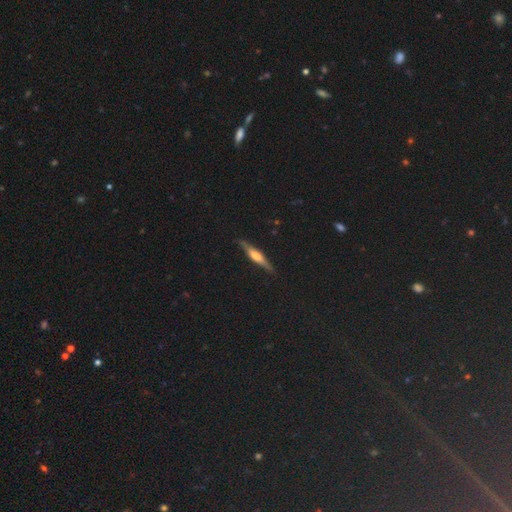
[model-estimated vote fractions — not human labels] A featured or disk galaxy (63%) viewed edge-on (95%) with a rounded central bulge (63%).

Vote fractions:
- Smooth or featured? featured or disk: 63% / smooth: 29% / star or artifact: 8%
- Edge-on disk? yes: 95% / no: 5%
- Edge-on bulge? rounded: 63% / boxy: 26% / none: 11%
- Merging? none: 85% / minor disturbance: 11% / major disturbance: 2% / merger: 1%